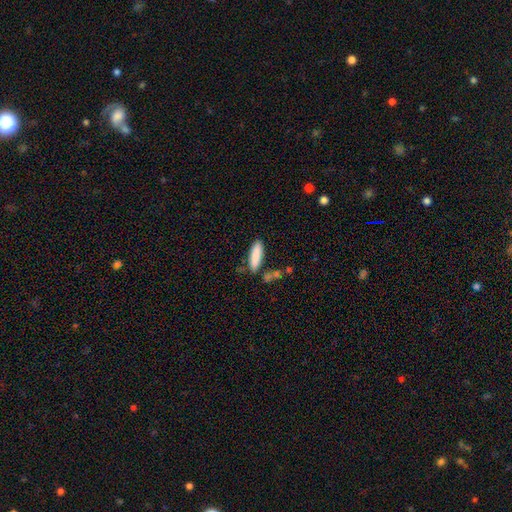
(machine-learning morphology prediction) This appears to be a smooth galaxy with no disk features (86%) that is cigar-shaped (62%). Merging: none (77%).